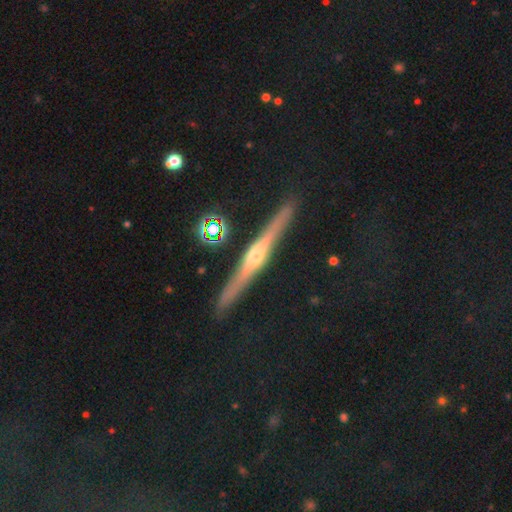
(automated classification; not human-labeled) Smooth or featured? Predicted: featured or disk (p=0.75). Edge-on disk? Predicted: yes (p=0.97). Edge-on bulge? Predicted: rounded (p=0.85). Merging? Predicted: none (p=0.89).